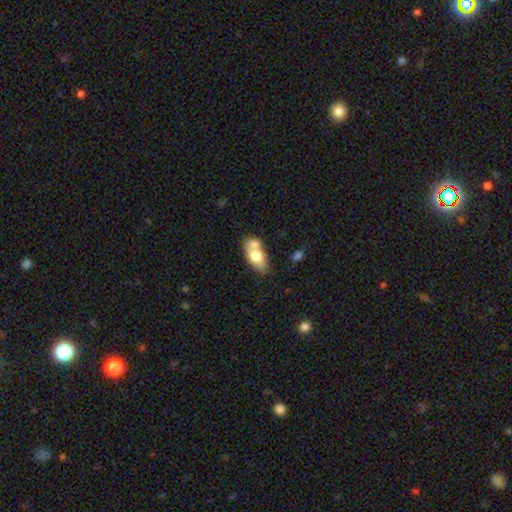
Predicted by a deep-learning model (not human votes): A smooth galaxy with no disk features (69%) that is in between round and cigar-shaped (85%).

Vote fractions:
- Smooth or featured? smooth: 69% / featured or disk: 25% / star or artifact: 7%
- How rounded? in between: 85% / round: 8% / cigar-shaped: 6%
- Merging? merger: 47% / none: 34% / minor disturbance: 13% / major disturbance: 5%